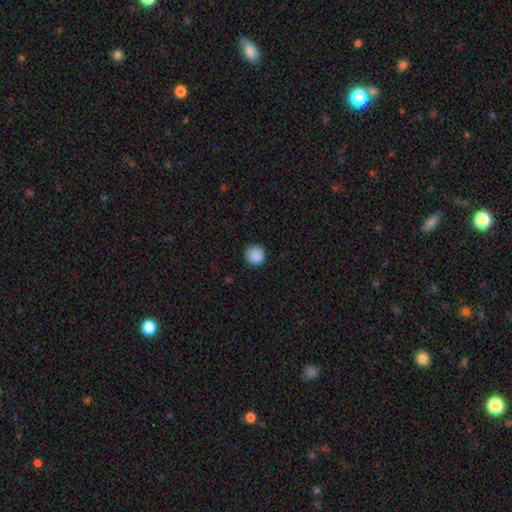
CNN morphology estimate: This appears to be a smooth galaxy with no disk features (89%) that is round (95%). Merging: none (89%).